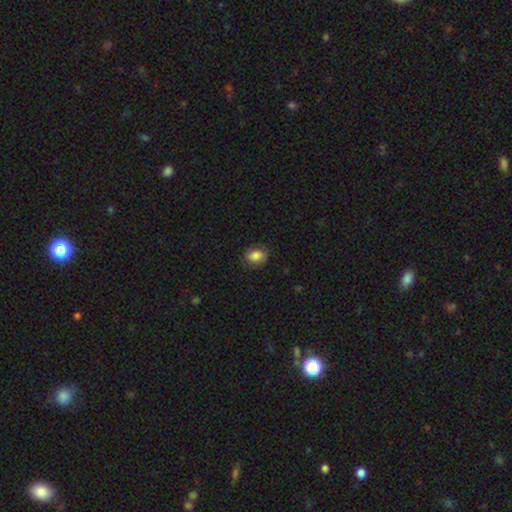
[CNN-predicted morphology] Smooth or featured? Predicted: smooth (p=0.85). How rounded? Predicted: in between (p=0.68). Merging? Predicted: none (p=0.83).